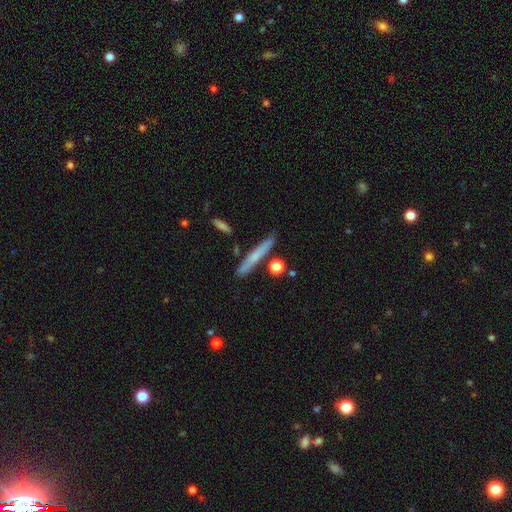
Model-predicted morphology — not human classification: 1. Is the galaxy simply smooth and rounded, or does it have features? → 58% smooth, 35% featured or disk, 7% star or artifact.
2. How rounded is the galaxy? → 94% cigar-shaped, 4% in between, 2% round.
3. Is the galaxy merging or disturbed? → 85% none, 9% minor disturbance, 4% merger, 2% major disturbance.